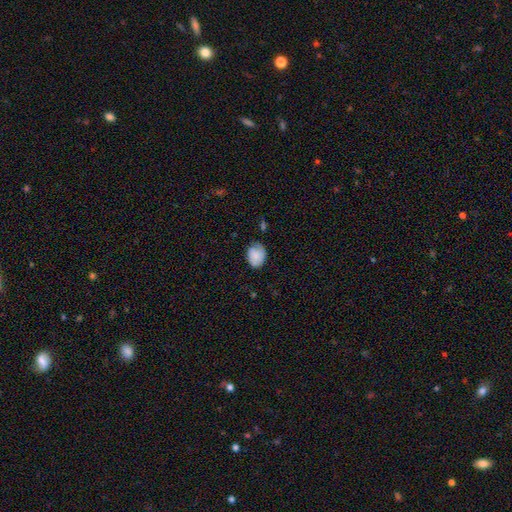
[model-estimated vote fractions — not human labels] Smooth or featured?
  - smooth: 75% *
  - featured or disk: 17%
  - star or artifact: 8%
How rounded?
  - in between: 65% *
  - round: 34%
  - cigar-shaped: 1%
Merging?
  - none: 61% *
  - minor disturbance: 29%
  - major disturbance: 8%
  - merger: 2%